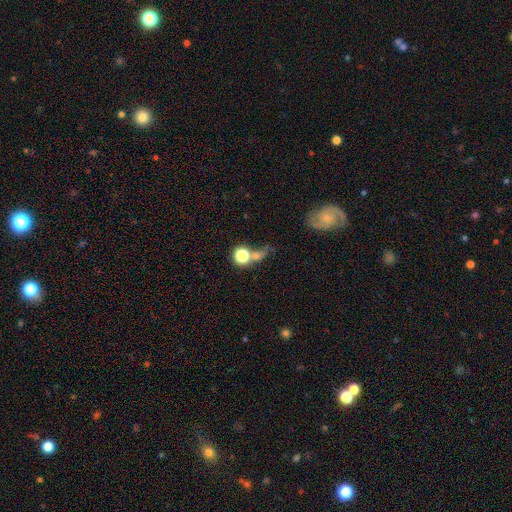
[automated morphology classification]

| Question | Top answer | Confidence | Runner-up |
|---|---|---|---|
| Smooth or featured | smooth | 59% | star or artifact (21%) |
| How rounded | round | 79% | in between (18%) |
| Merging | none | 44% | merger (30%) |